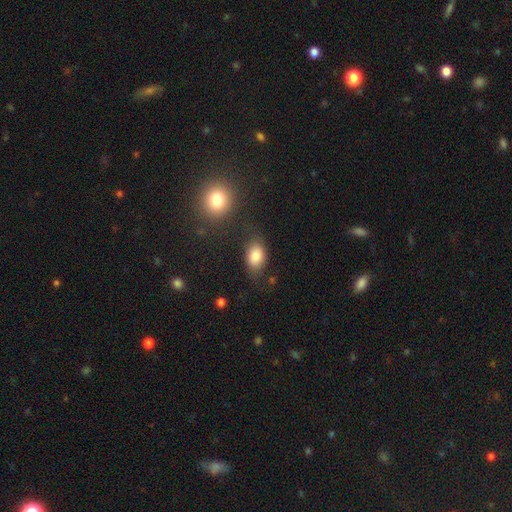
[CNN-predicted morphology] smooth-or-featured: smooth: 83% | star or artifact: 9% | featured or disk: 8%
  how-rounded: in between: 82% | round: 17% | cigar-shaped: 2%
  merging: none: 71% | minor disturbance: 18% | major disturbance: 6% | merger: 5%